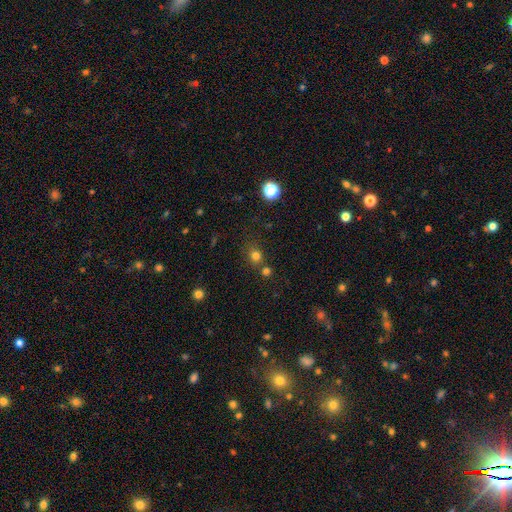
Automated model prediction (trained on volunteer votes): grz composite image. It shows a smooth galaxy with no disk features (74%) that is round (79%). Merging: none (68%).